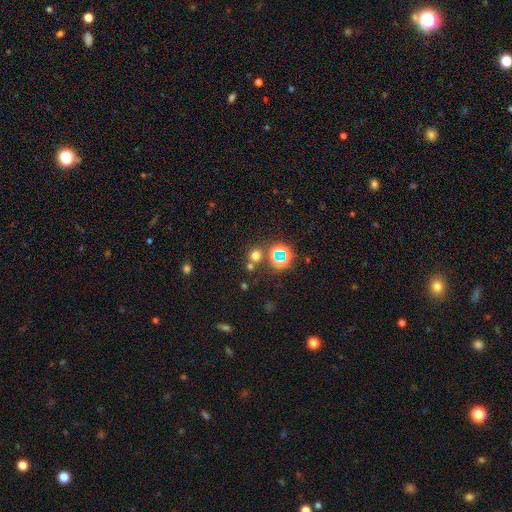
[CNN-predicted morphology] type=smooth (59%); roundness=round (86%); merging=none (73%).